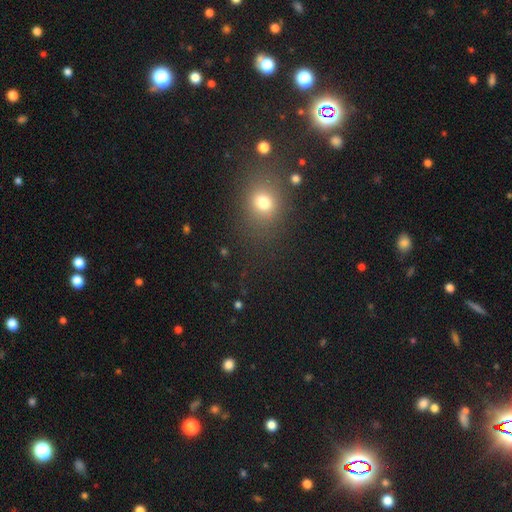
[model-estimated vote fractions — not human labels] smooth 53%, star or artifact 39%, featured or disk 8%. Down the decision tree: how rounded — round (67%); merging — none (85%).